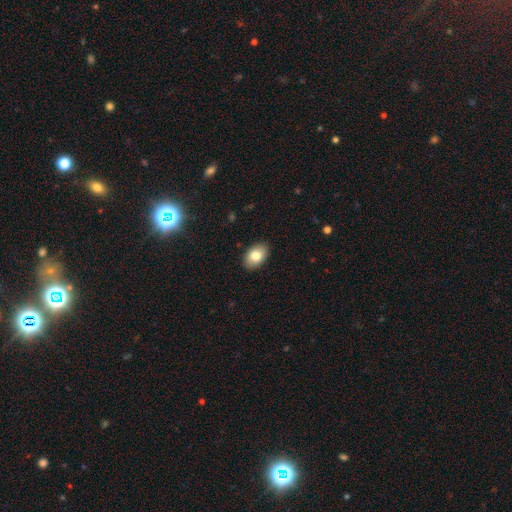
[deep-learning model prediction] Overall: smooth (81%). How rounded: in between (89%). Merging: none (89%).